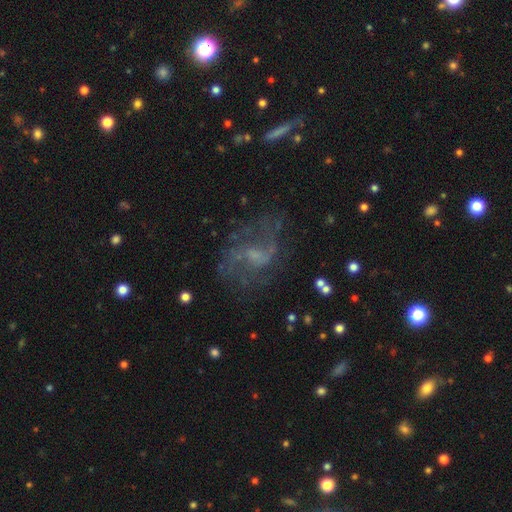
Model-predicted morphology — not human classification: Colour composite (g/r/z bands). It shows a featured or disk galaxy (73%) with no bar (48%), 2 (51%) loose (47%) spiral arms (80%) and a small central bulge (45%). Merging: none (58%).